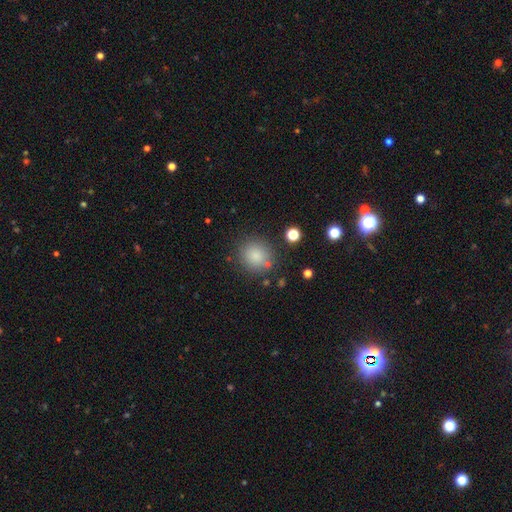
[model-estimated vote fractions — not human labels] Q: Smooth or featured?
A: smooth (84%); runner-up: star or artifact (10%)
Q: How rounded?
A: round (88%); runner-up: in between (11%)
Q: Merging?
A: none (82%); runner-up: minor disturbance (10%)